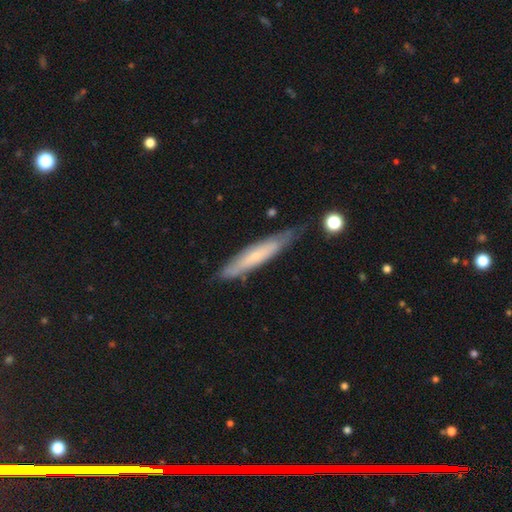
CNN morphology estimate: This is possibly a smooth galaxy (49%). Merging: likely none (71%).